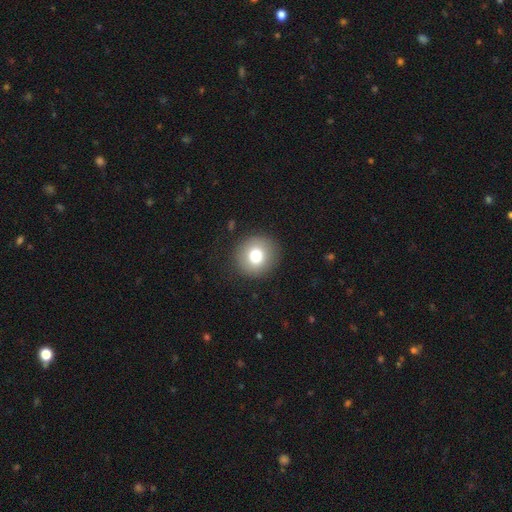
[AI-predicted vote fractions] A smooth galaxy with no disk features (77%) that is round (92%).

Vote fractions:
- Smooth or featured? smooth: 77% / featured or disk: 12% / star or artifact: 10%
- How rounded? round: 92% / in between: 7% / cigar-shaped: 1%
- Merging? none: 90% / minor disturbance: 6% / major disturbance: 3% / merger: 1%